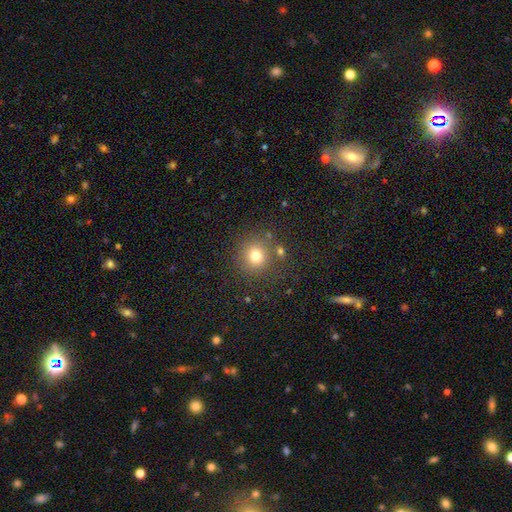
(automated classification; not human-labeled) This is likely a smooth galaxy (76%). How rounded: clearly round (91%). Merging: clearly none (81%).